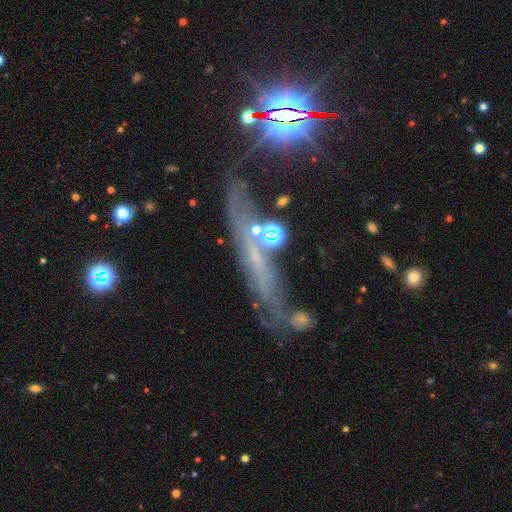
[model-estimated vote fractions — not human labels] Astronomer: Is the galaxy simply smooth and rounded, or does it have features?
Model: featured or disk — 48% (runner-up: smooth, 28%).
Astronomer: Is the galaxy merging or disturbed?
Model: none — 64%.